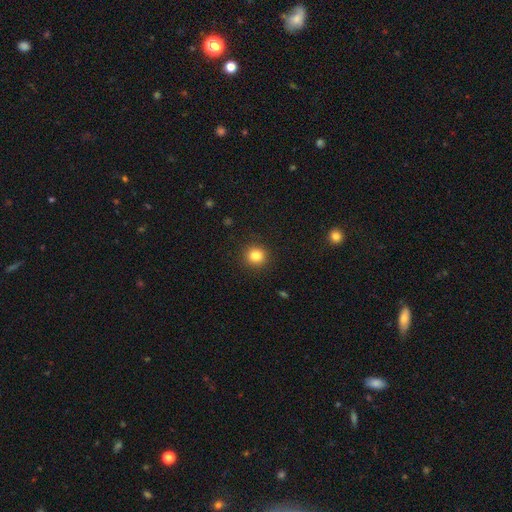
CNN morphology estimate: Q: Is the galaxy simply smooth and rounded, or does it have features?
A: smooth — 84%.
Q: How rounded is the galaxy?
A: round — 90%.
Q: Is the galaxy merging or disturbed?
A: none — 91%.